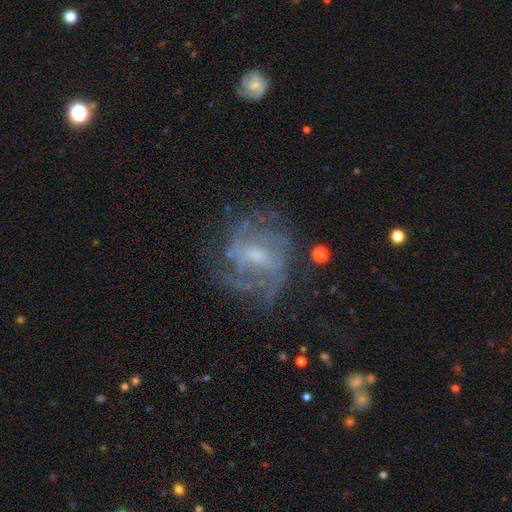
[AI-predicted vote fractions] Overall: featured or disk (81%). Edge-on disk: no (97%). Bar: weak (53%; no 34%). Spiral arms: yes (90%). Spiral arm count: can't tell (34%; 3 23%). Spiral winding: medium (44%; tight 40%). Bulge size: small (47%; moderate 38%). Merging: none (65%).